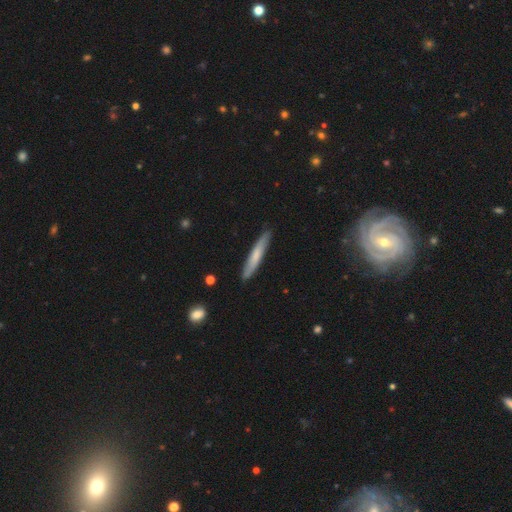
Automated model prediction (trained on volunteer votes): A smooth galaxy with no disk features (63%) that is cigar-shaped (94%).

Vote fractions:
- Smooth or featured? smooth: 63% / featured or disk: 32% / star or artifact: 5%
- How rounded? cigar-shaped: 94% / in between: 4% / round: 1%
- Merging? none: 87% / minor disturbance: 10% / major disturbance: 2% / merger: 1%